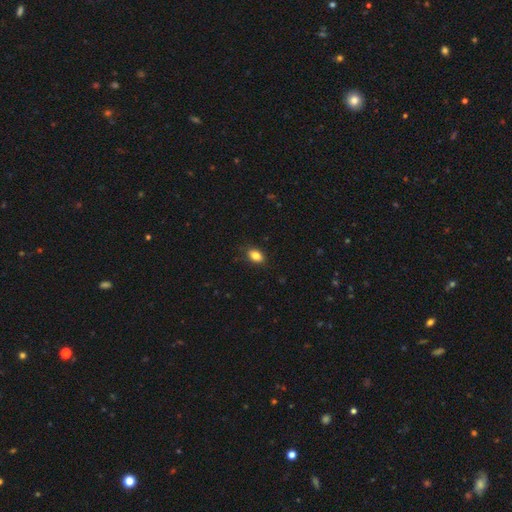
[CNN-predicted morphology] Smooth or featured: smooth — 85% (star or artifact — 9%)
How rounded: in between — 83% (round — 15%)
Merging: none — 85% (minor disturbance — 12%)